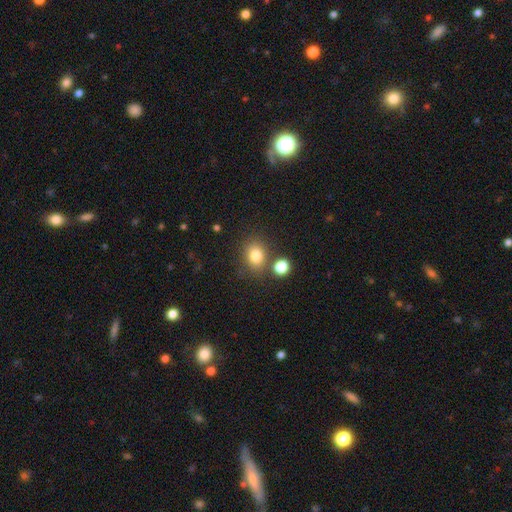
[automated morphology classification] Smooth or featured: smooth — 81% (star or artifact — 12%)
How rounded: round — 54% (in between — 45%)
Merging: none — 71% (merger — 14%)